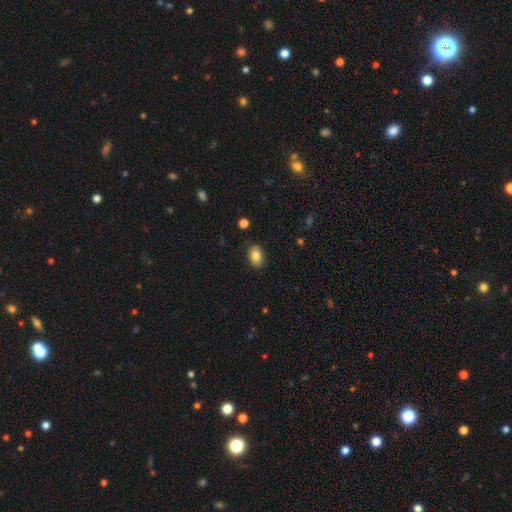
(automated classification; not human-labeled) Overall: smooth (84%). How rounded: in between (85%). Merging: none (85%).